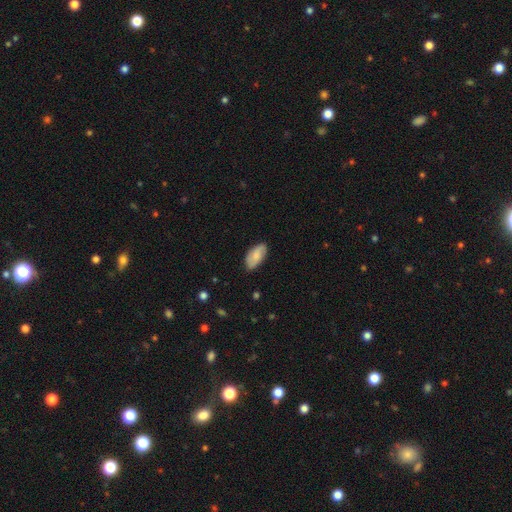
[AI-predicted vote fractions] A smooth galaxy with no disk features (76%) that is in between round and cigar-shaped (94%). Merging: none (82%).